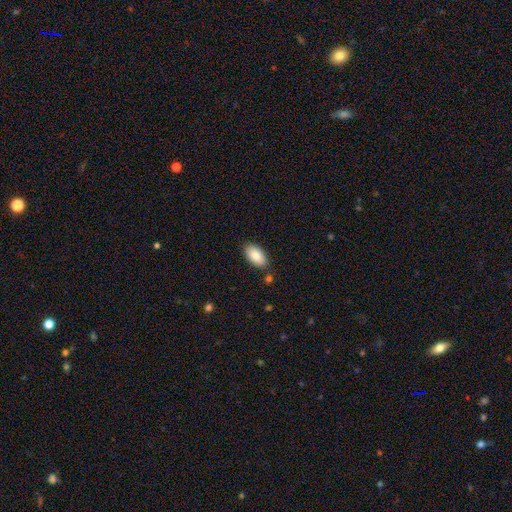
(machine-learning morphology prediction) Smooth or featured?
  - smooth: 87% *
  - featured or disk: 7%
  - star or artifact: 6%
How rounded?
  - in between: 95% *
  - cigar-shaped: 3%
  - round: 3%
Merging?
  - none: 83% *
  - minor disturbance: 11%
  - merger: 3%
  - major disturbance: 2%